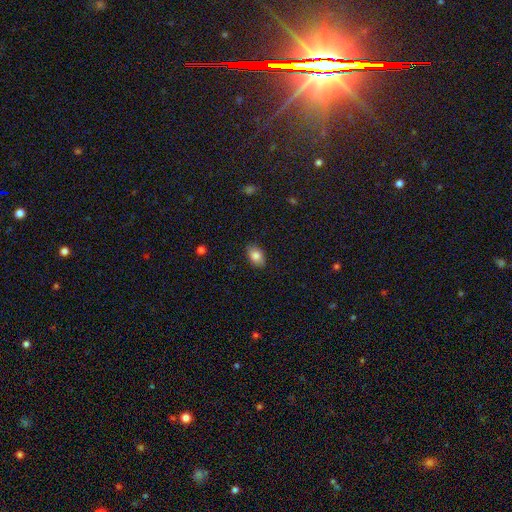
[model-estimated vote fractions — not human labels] Q: Smooth or featured?
A: smooth (84%); runner-up: featured or disk (8%)
Q: How rounded?
A: in between (83%); runner-up: round (15%)
Q: Merging?
A: none (84%); runner-up: minor disturbance (12%)